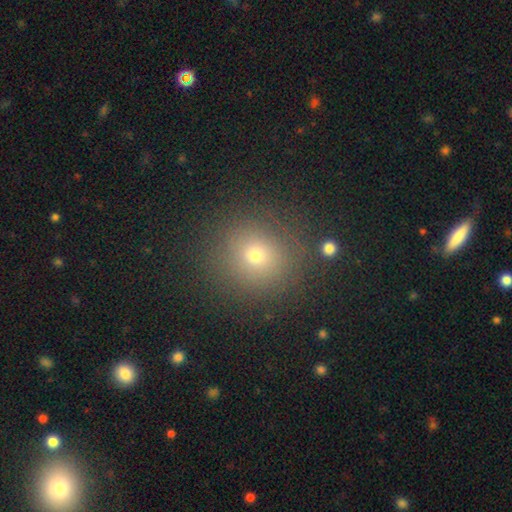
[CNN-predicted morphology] This appears to be a smooth galaxy with no disk features (67%) that is round (90%). Merging: none (89%).